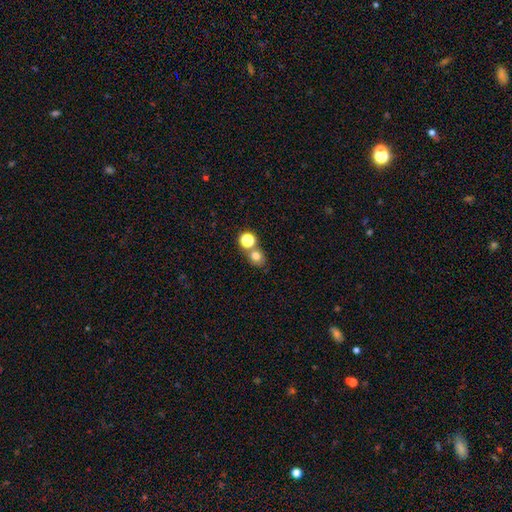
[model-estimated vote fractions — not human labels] smooth 74%, star or artifact 17%, featured or disk 9%. Down the decision tree: how rounded — round (70%); merging — none (56%).